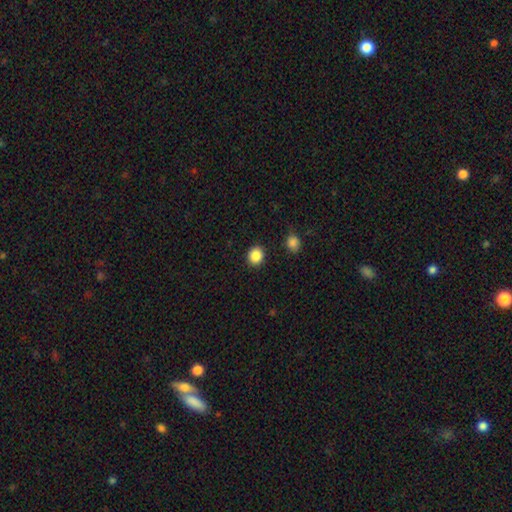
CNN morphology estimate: This appears to be a smooth galaxy with no disk features (87%) that is round (78%). Merging: none (89%).